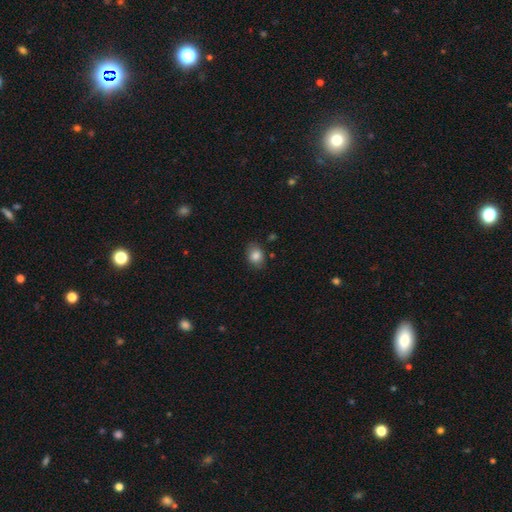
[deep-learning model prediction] Smooth or featured?
  - smooth: 84% *
  - star or artifact: 9%
  - featured or disk: 7%
How rounded?
  - in between: 66% *
  - round: 33%
  - cigar-shaped: 1%
Merging?
  - none: 79% *
  - minor disturbance: 15%
  - major disturbance: 3%
  - merger: 2%